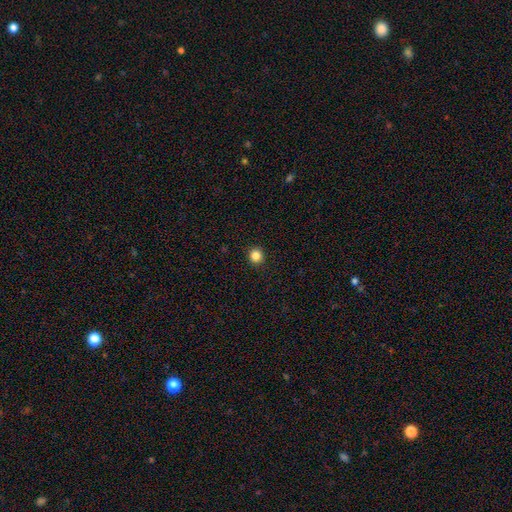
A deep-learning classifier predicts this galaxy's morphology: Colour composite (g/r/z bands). It shows a smooth galaxy with no disk features (85%) that is round (90%). Merging: none (93%).